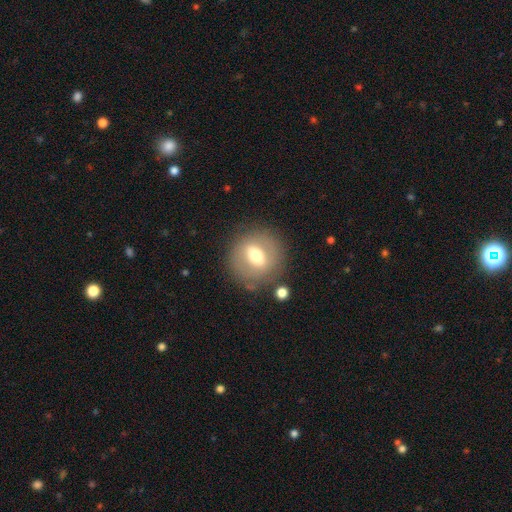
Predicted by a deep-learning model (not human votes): Smooth or featured: smooth — 52% (featured or disk — 40%)
How rounded: round — 78% (in between — 20%)
Merging: none — 79% (minor disturbance — 11%)